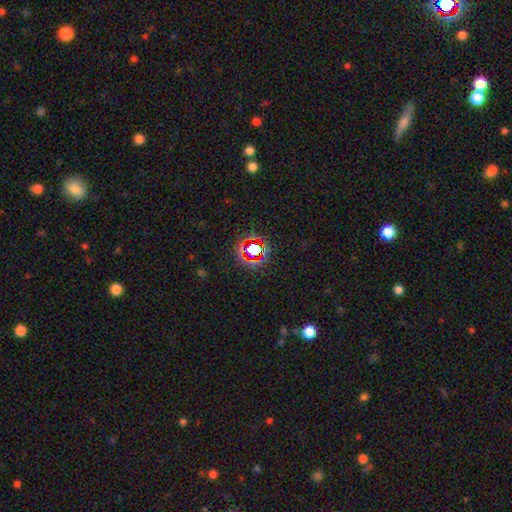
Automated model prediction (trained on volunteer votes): Smooth or featured?
  - star or artifact: 72% *
  - smooth: 17%
  - featured or disk: 11%